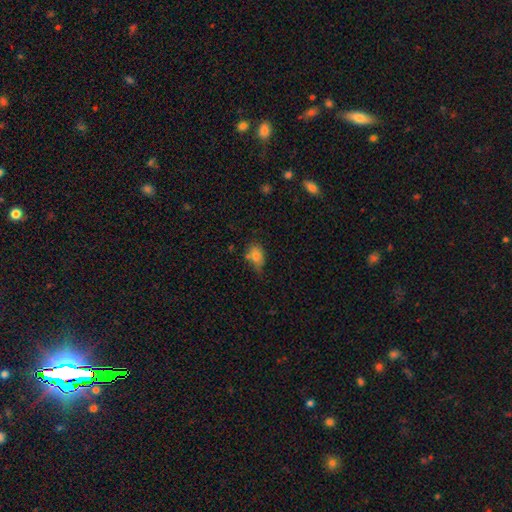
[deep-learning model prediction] The model was most divided on "merging": none: 49%, minor disturbance: 32%, merger: 10%, major disturbance: 8%. More confident: how rounded — in between (83%); smooth or featured — smooth (78%).